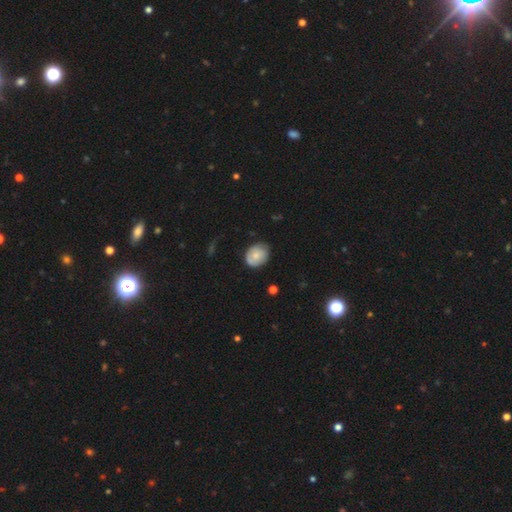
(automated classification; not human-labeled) Q: Smooth or featured?
A: smooth (70%); runner-up: featured or disk (23%)
Q: How rounded?
A: round (55%); runner-up: in between (45%)
Q: Merging?
A: none (68%); runner-up: minor disturbance (26%)